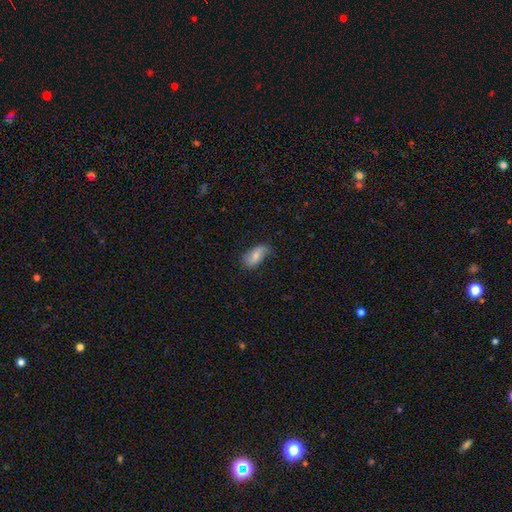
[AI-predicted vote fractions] smooth 62%, featured or disk 31%, star or artifact 7%. Down the decision tree: how rounded — in between (88%); merging — none (66%).